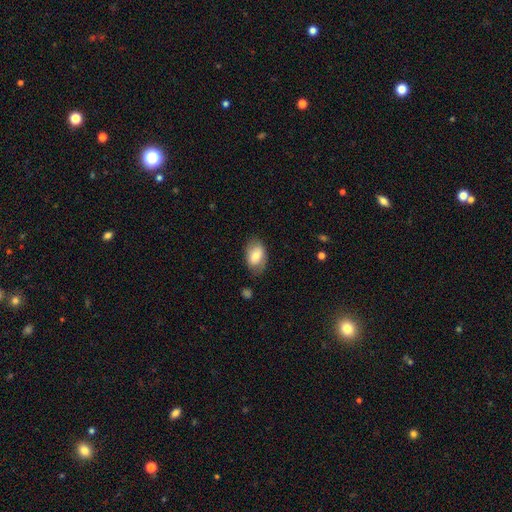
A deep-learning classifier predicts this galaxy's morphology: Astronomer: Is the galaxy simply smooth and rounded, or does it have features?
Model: smooth — 70%.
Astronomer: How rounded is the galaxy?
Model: in between — 87%.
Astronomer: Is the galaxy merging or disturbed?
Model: none — 71%.